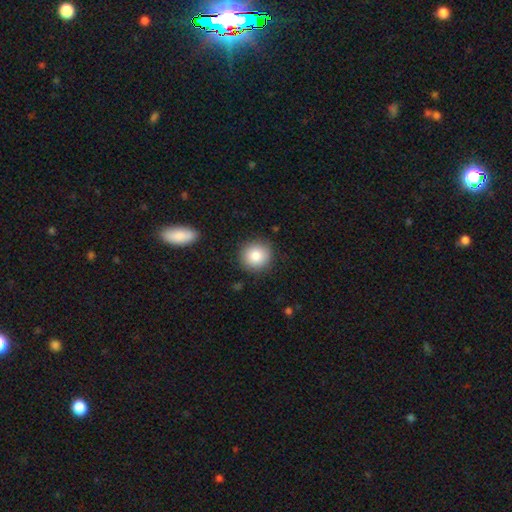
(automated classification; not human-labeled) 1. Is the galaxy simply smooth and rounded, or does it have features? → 84% smooth, 9% star or artifact, 8% featured or disk.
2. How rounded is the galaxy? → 92% round, 7% in between, 1% cigar-shaped.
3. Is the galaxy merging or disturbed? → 89% none, 8% minor disturbance, 2% major disturbance, 1% merger.